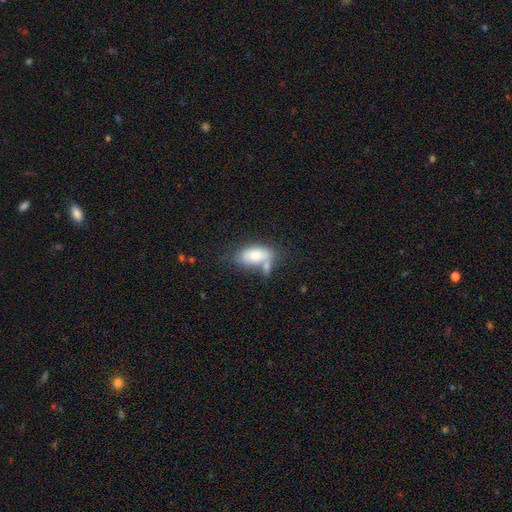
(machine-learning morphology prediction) This appears to be a smooth galaxy with no disk features (79%) that is in between round and cigar-shaped (92%). Merging: none (44%).